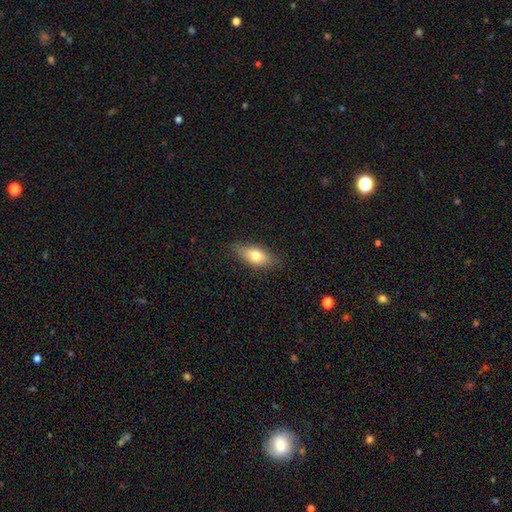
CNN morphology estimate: This is likely a smooth galaxy (68%). How rounded: likely in between (74%). Merging: clearly none (82%).